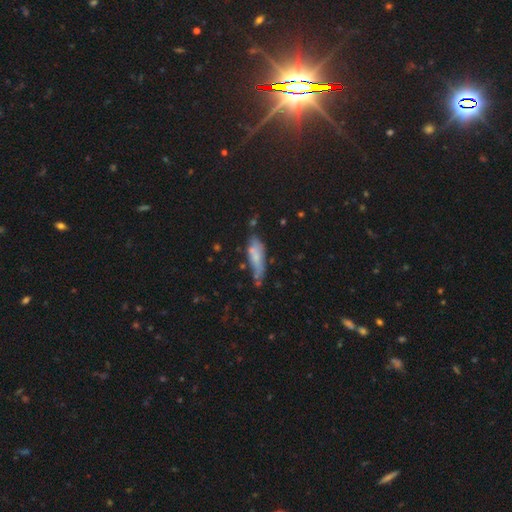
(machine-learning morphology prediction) A smooth galaxy with no disk features (62%) that is cigar-shaped (55%). Merging: none (47%).